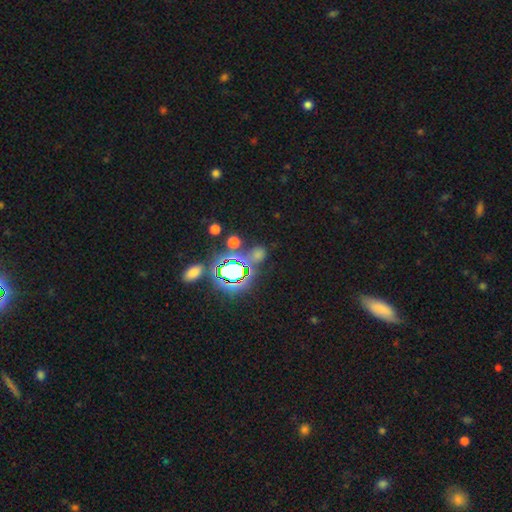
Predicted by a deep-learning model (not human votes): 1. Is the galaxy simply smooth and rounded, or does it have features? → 65% star or artifact, 26% smooth, 9% featured or disk.